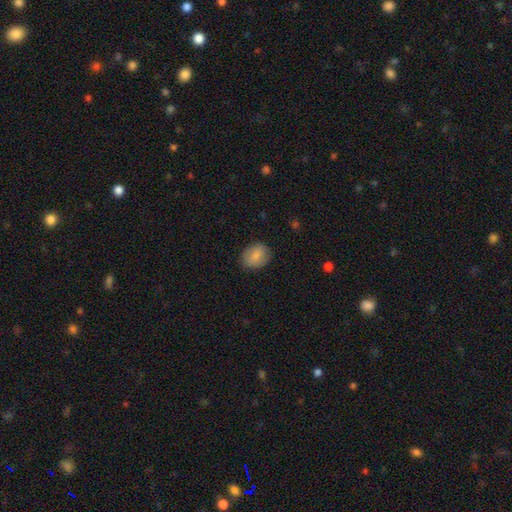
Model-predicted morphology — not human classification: The model was most divided on "how rounded": in between: 54%, round: 45%, cigar-shaped: 1%. More confident: merging — none (84%); smooth or featured — smooth (83%).